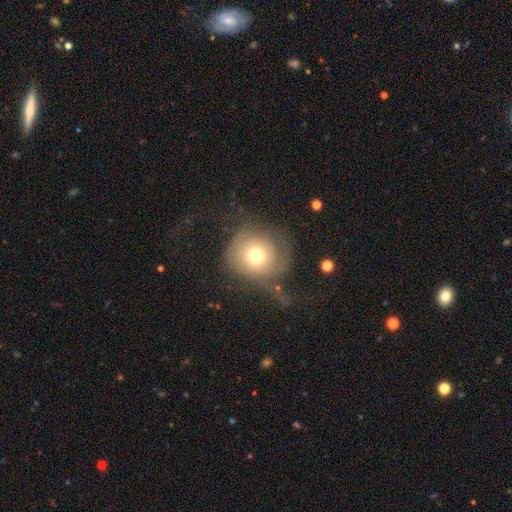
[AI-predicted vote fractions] This appears to be a smooth galaxy with no disk features (56%) that is round (89%). Merging: none (45%).